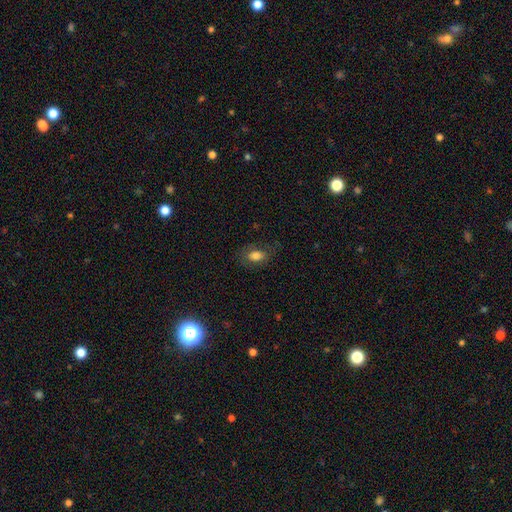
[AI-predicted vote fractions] Q: Smooth or featured?
A: smooth (78%); runner-up: featured or disk (13%)
Q: How rounded?
A: in between (86%); runner-up: round (12%)
Q: Merging?
A: none (74%); runner-up: minor disturbance (17%)